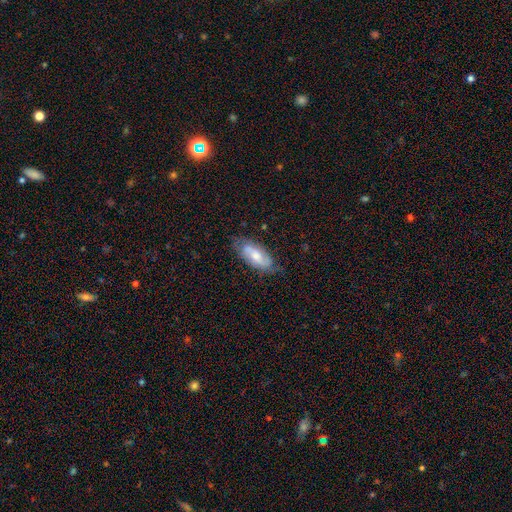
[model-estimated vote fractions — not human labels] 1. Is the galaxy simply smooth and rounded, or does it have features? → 53% featured or disk, 40% smooth, 7% star or artifact.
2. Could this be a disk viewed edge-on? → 89% no, 11% yes.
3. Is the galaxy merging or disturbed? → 69% none, 23% minor disturbance, 6% major disturbance, 2% merger.